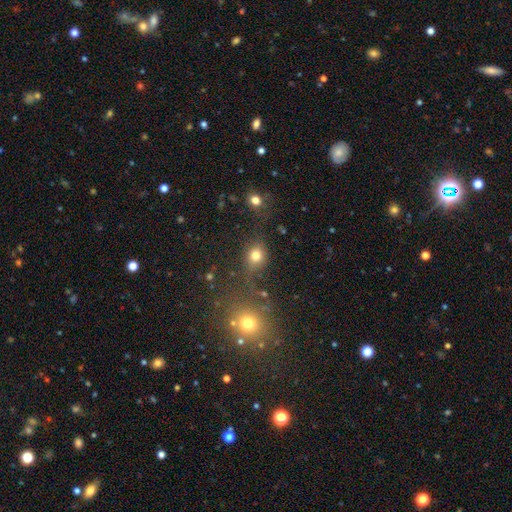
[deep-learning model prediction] Morphology: type=smooth (76%); roundness=round (64%); merging=none (71%).